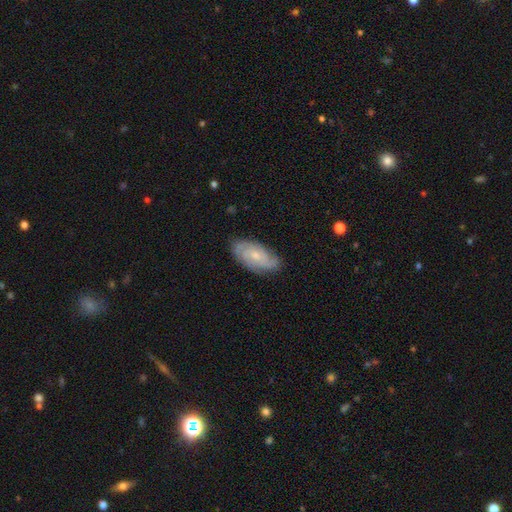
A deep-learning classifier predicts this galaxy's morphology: This appears to be a featured or disk galaxy (71%) with no bar (67%), 2 (29%, tied with can't tell) tight (55%) spiral arms (94%) and a small central bulge (61%). Merging: none (80%).